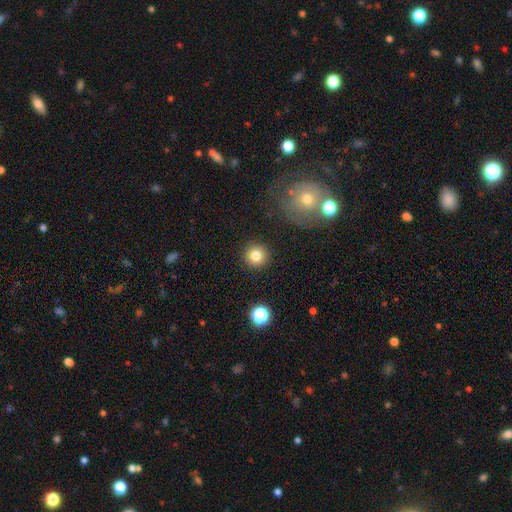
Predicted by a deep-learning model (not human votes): Q: Smooth or featured?
A: smooth (81%); runner-up: star or artifact (12%)
Q: How rounded?
A: round (95%); runner-up: in between (4%)
Q: Merging?
A: none (91%); runner-up: minor disturbance (5%)